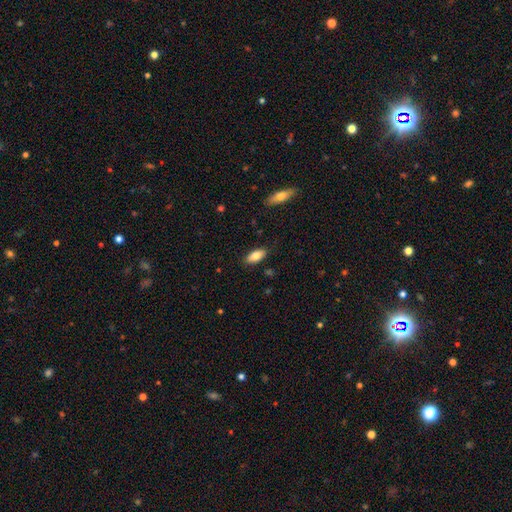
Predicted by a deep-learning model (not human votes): smooth_or_featured: smooth (p=0.81) [alt: featured or disk p=0.12]
how_rounded: in between (p=0.89) [alt: cigar-shaped p=0.09]
merging: none (p=0.86) [alt: minor disturbance p=0.10]